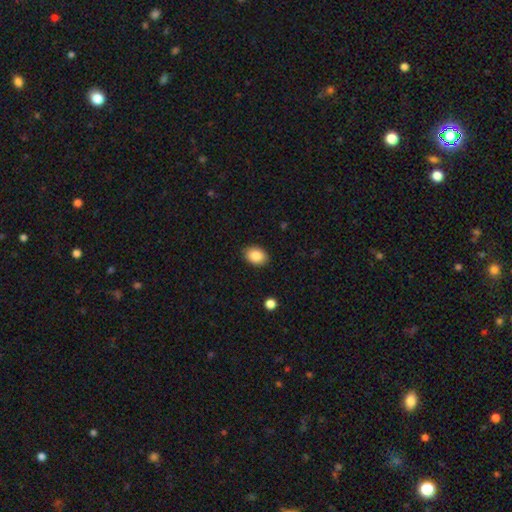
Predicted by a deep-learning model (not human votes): Q: Smooth or featured?
A: smooth (87%); runner-up: star or artifact (8%)
Q: How rounded?
A: in between (75%); runner-up: round (24%)
Q: Merging?
A: none (89%); runner-up: minor disturbance (8%)